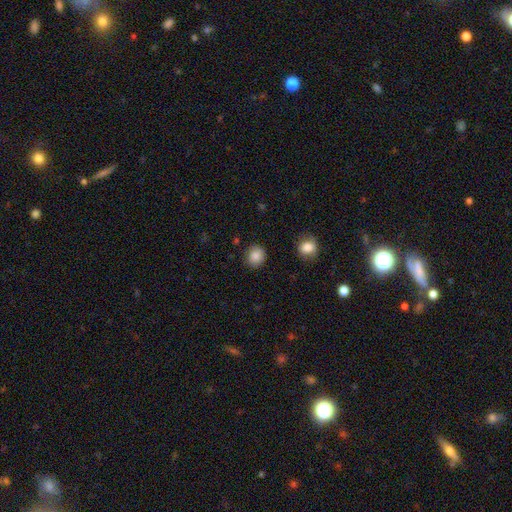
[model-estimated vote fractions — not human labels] The model was most divided on "how rounded": round: 81%, in between: 18%, cigar-shaped: 1%. More confident: merging — none (88%); smooth or featured — smooth (87%).